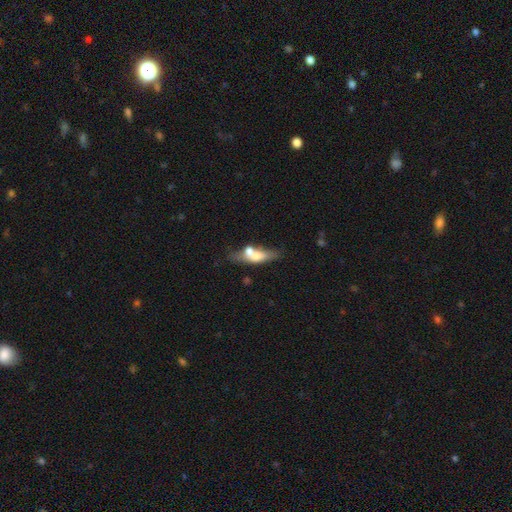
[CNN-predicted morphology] smooth 54%, featured or disk 38%, star or artifact 7%. Down the decision tree: how rounded — in between (51%); merging — none (46%).